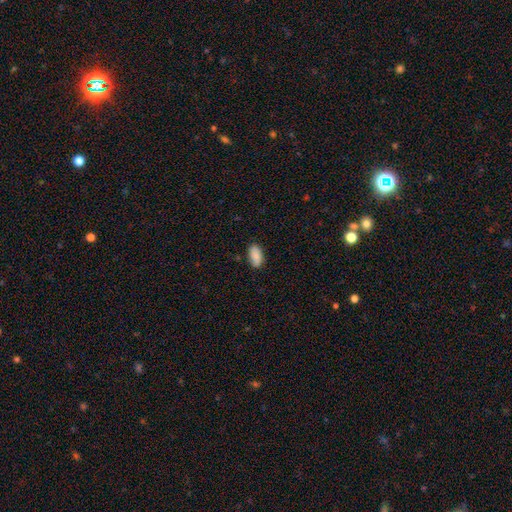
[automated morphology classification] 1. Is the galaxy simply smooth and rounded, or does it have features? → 88% smooth, 7% star or artifact, 5% featured or disk.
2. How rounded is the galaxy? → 93% in between, 4% cigar-shaped, 3% round.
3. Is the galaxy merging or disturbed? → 84% none, 12% minor disturbance, 2% major disturbance, 1% merger.